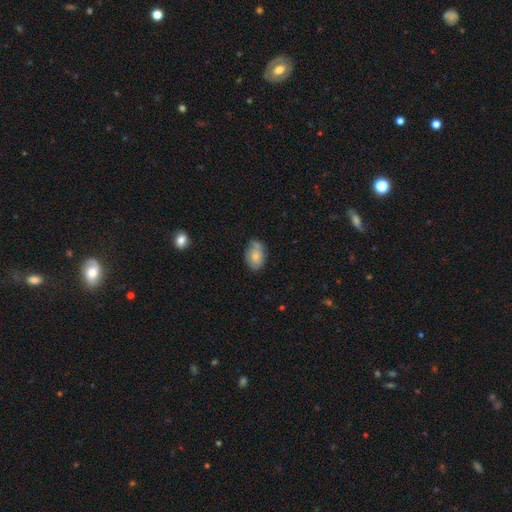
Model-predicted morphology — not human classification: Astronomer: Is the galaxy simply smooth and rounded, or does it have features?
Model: smooth — 75%.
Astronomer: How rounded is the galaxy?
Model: in between — 85%.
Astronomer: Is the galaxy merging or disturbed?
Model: none — 61%.